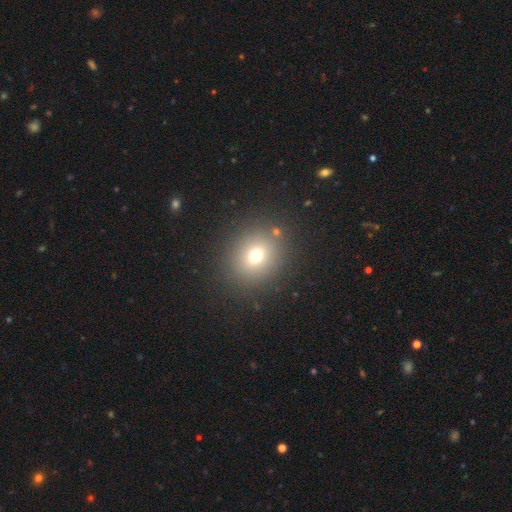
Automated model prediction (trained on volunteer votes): Smooth or featured?
  - smooth: 71% *
  - star or artifact: 17%
  - featured or disk: 12%
How rounded?
  - round: 75% *
  - in between: 24%
  - cigar-shaped: 1%
Merging?
  - none: 85% *
  - minor disturbance: 8%
  - major disturbance: 4%
  - merger: 3%